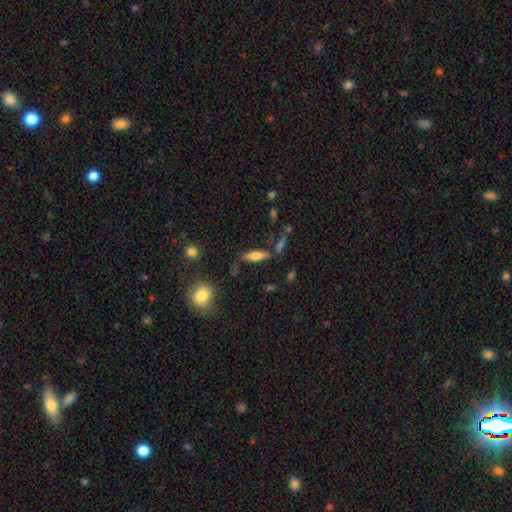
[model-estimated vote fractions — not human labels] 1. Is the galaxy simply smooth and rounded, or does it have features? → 68% smooth, 24% featured or disk, 9% star or artifact.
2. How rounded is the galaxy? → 60% in between, 38% cigar-shaped, 3% round.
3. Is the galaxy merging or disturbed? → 71% none, 16% minor disturbance, 7% merger, 5% major disturbance.